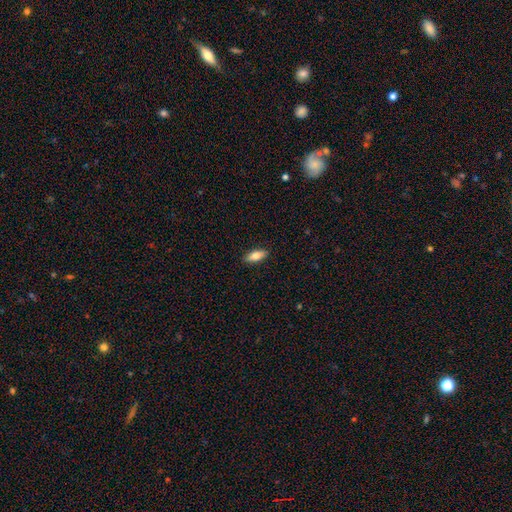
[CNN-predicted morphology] A smooth galaxy with no disk features (74%) that is in between round and cigar-shaped (70%).

Vote fractions:
- Smooth or featured? smooth: 74% / featured or disk: 19% / star or artifact: 6%
- How rounded? in between: 70% / cigar-shaped: 28% / round: 2%
- Merging? none: 89% / minor disturbance: 8% / major disturbance: 2% / merger: 1%